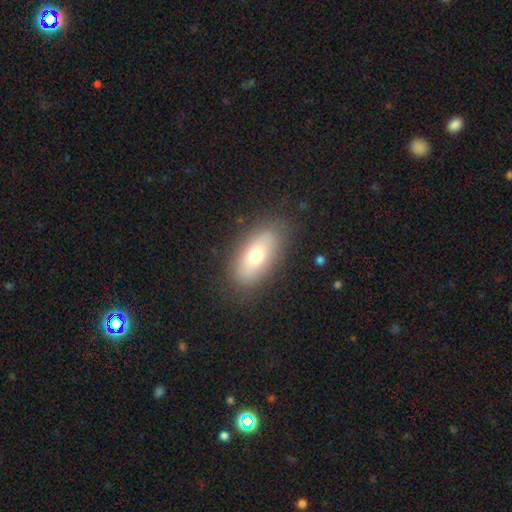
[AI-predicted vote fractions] Morphology: type=smooth (68%); roundness=in between (87%); merging=none (83%).